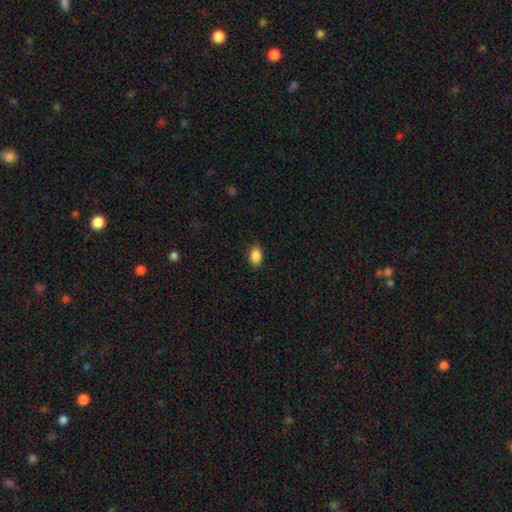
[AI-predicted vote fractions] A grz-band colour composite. It shows a smooth galaxy with no disk features (89%) that is in between round and cigar-shaped (85%). Merging: none (86%).